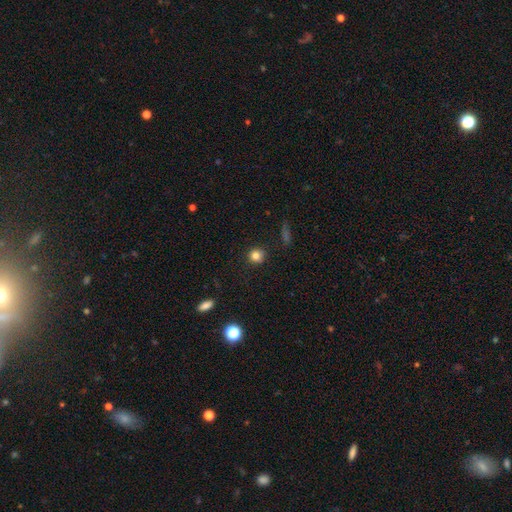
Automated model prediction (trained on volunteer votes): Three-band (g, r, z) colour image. It shows a smooth galaxy with no disk features (81%) that is round (90%). Merging: none (88%).